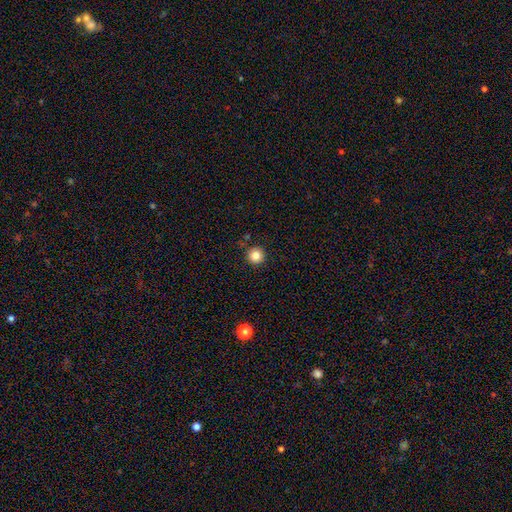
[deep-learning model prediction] Morphology: type=smooth (84%); roundness=round (96%); merging=none (91%).